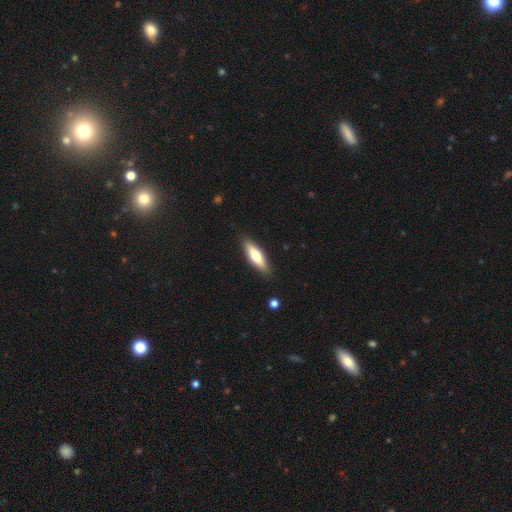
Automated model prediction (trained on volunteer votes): Overall: smooth (59%; featured or disk 36%). How rounded: cigar-shaped (57%; in between 41%). Merging: none (88%).